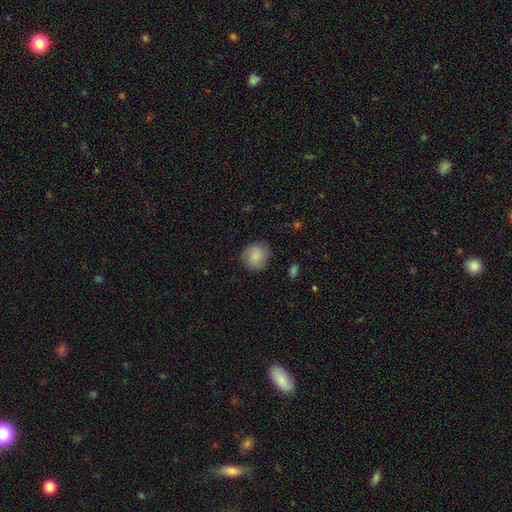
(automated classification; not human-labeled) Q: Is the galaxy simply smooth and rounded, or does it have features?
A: smooth — 79%.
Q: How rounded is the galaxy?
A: round — 86%.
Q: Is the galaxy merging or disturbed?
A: none — 81%.